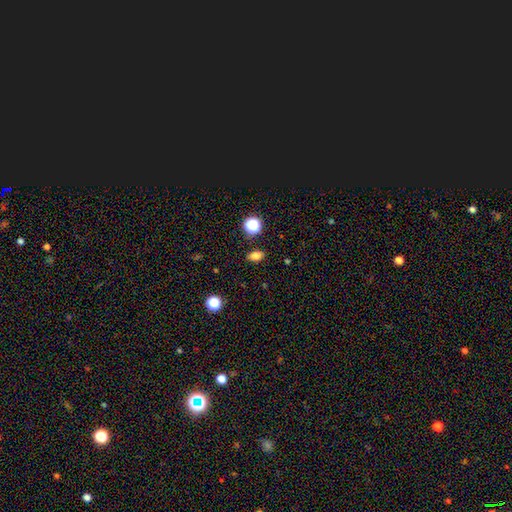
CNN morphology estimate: A smooth galaxy with no disk features (79%) that is in between round and cigar-shaped (79%). Merging: none (87%).